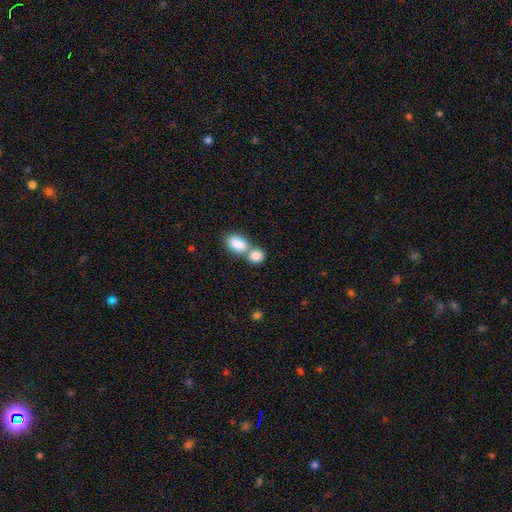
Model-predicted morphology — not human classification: Smooth or featured? Predicted: smooth (p=0.86). How rounded? Predicted: in between (p=0.66). Merging? Predicted: merger (p=0.62).